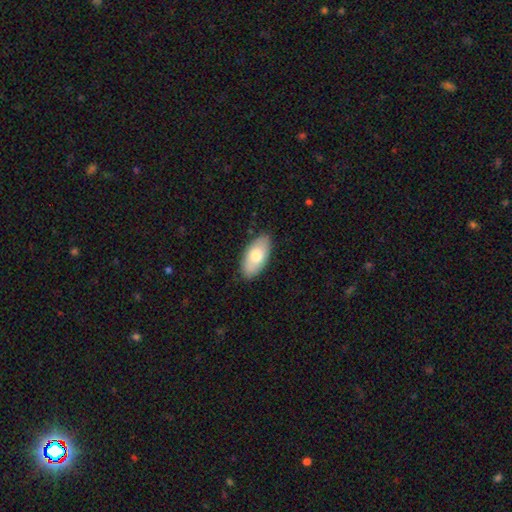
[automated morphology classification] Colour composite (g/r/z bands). It shows a smooth galaxy with no disk features (73%) that is in between round and cigar-shaped (93%). Merging: none (85%).